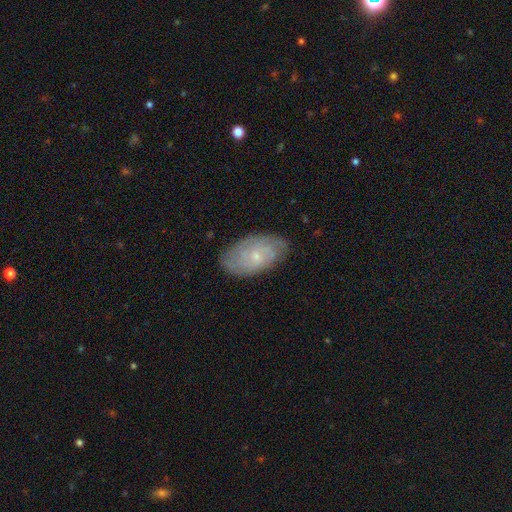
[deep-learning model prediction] Smooth or featured? featured or disk (66%)
Edge-on disk? no (94%)
Bar? no (78%)
Spiral arms? yes (87%)
Spiral winding? tight (65%)
Spiral arm count? can't tell (50%)
Bulge size? small (78%)
Merging? none (78%)